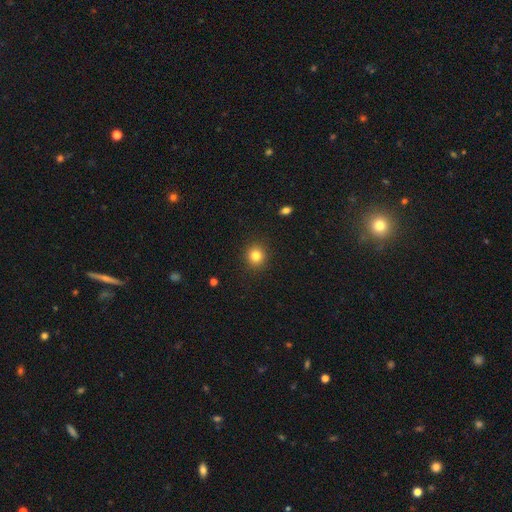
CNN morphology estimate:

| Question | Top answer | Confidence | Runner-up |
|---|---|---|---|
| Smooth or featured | smooth | 83% | star or artifact (12%) |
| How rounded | round | 90% | in between (9%) |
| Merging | none | 91% | minor disturbance (6%) |